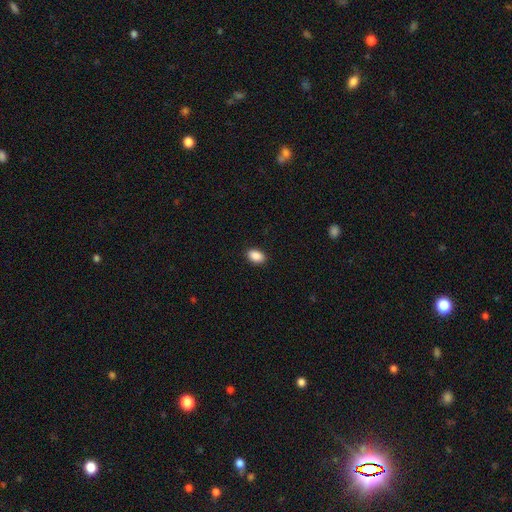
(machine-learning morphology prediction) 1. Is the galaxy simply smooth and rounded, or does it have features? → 90% smooth, 8% star or artifact, 3% featured or disk.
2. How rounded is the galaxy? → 87% in between, 11% round, 1% cigar-shaped.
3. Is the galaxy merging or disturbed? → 90% none, 7% minor disturbance, 2% major disturbance, 1% merger.